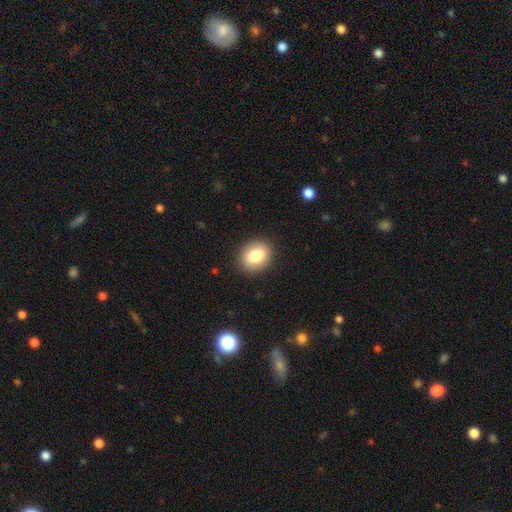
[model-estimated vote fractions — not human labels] Smooth or featured: smooth — 82% (featured or disk — 10%)
How rounded: in between — 56% (round — 43%)
Merging: none — 88% (minor disturbance — 8%)